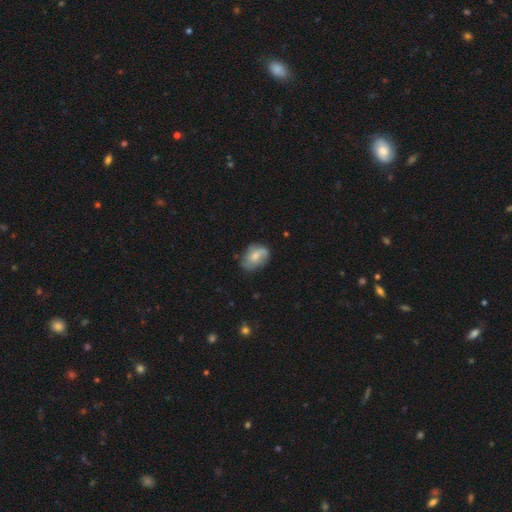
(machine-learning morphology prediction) Overall: smooth (53%; featured or disk 39%). How rounded: in between (76%). Merging: none (59%; minor disturbance 29%).